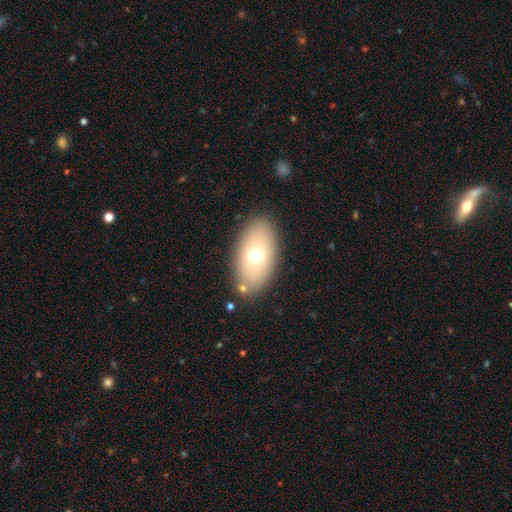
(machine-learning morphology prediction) Smooth or featured? Predicted: smooth (p=0.67). How rounded? Predicted: in between (p=0.88). Merging? Predicted: none (p=0.84).